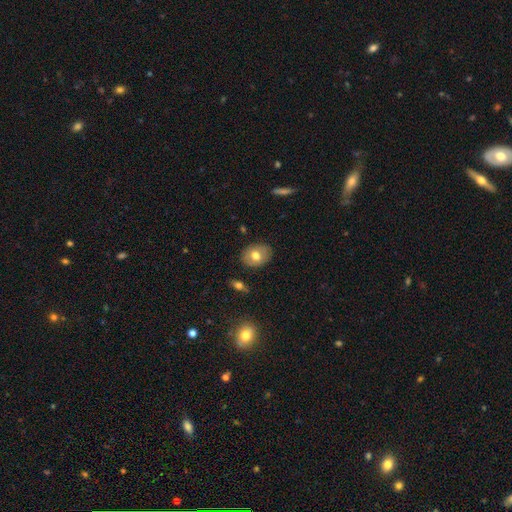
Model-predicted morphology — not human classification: smooth 68%, featured or disk 24%, star or artifact 8%. Down the decision tree: how rounded — in between (59%); merging — none (85%).